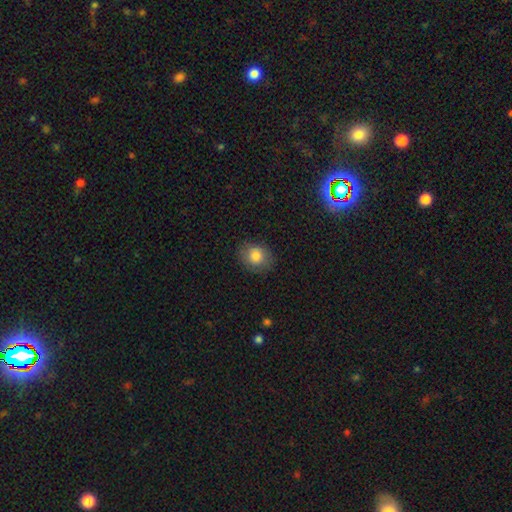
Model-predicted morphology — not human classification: The model was most divided on "how rounded": round: 60%, in between: 39%, cigar-shaped: 1%. More confident: merging — none (83%); smooth or featured — smooth (82%).